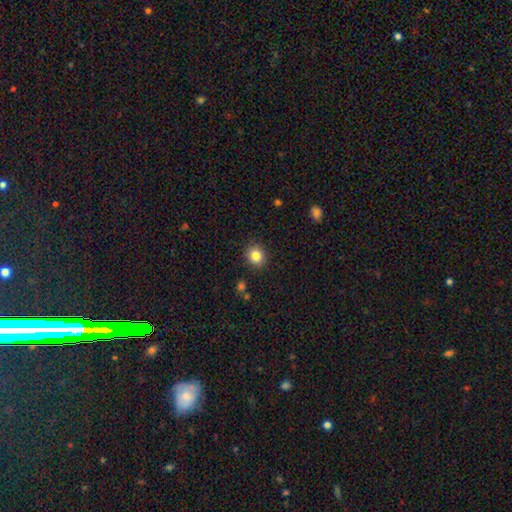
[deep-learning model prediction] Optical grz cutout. It shows a smooth galaxy with no disk features (84%) that is round (81%). Merging: none (89%).